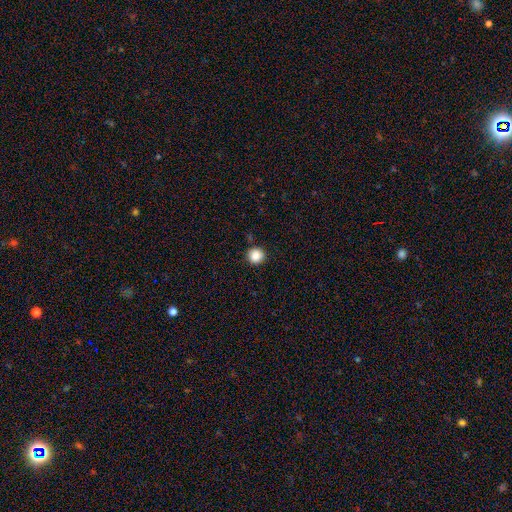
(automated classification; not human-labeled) Morphology: type=smooth (87%); roundness=round (94%); merging=none (90%).